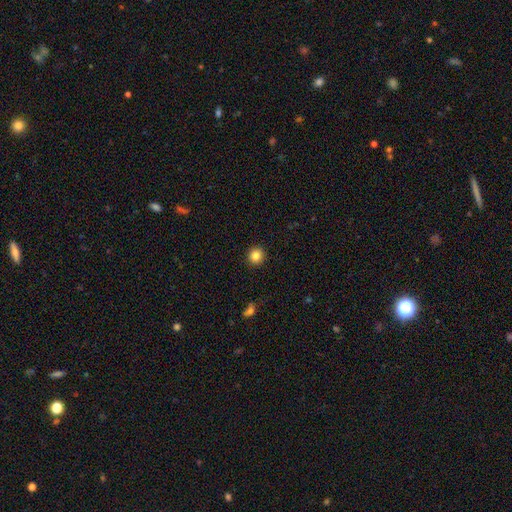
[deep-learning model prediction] A smooth galaxy with no disk features (84%) that is round (93%).

Vote fractions:
- Smooth or featured? smooth: 84% / star or artifact: 10% / featured or disk: 5%
- How rounded? round: 93% / in between: 6% / cigar-shaped: 1%
- Merging? none: 93% / minor disturbance: 5% / major disturbance: 2% / merger: 1%